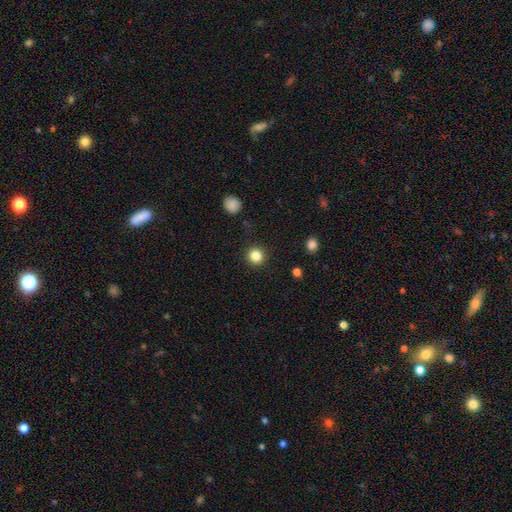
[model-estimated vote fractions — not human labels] Smooth or featured: smooth — 85% (star or artifact — 11%)
How rounded: round — 93% (in between — 6%)
Merging: none — 91% (minor disturbance — 6%)